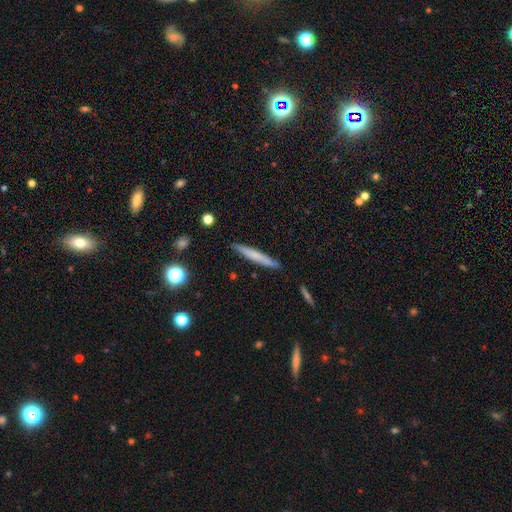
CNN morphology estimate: Smooth or featured? smooth (63%)
How rounded? cigar-shaped (96%)
Merging? none (90%)